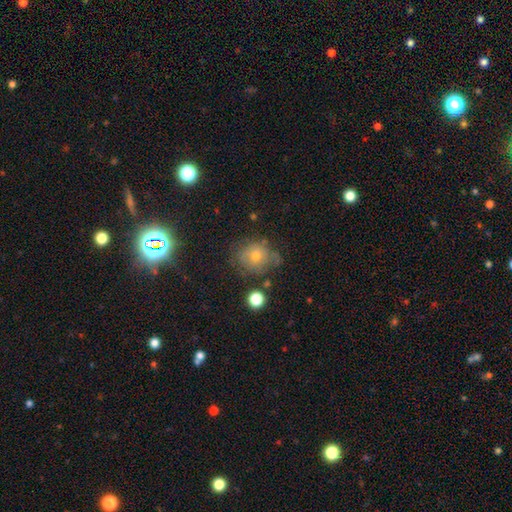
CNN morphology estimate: Overall: smooth (56%; featured or disk 28%). How rounded: round (71%). Merging: none (58%; minor disturbance 26%).